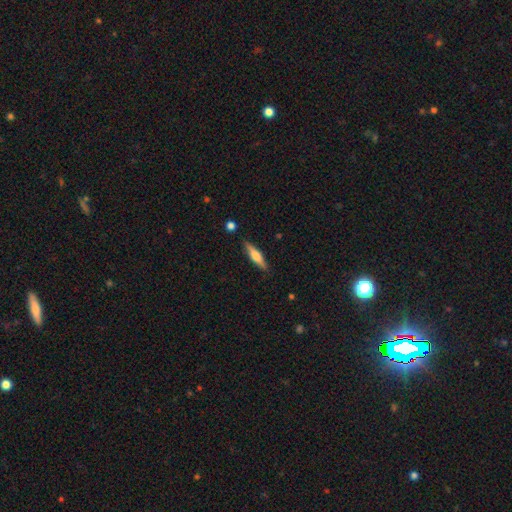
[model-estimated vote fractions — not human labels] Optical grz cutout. It shows a featured or disk galaxy (47%, tied with smooth). Merging: none (88%).